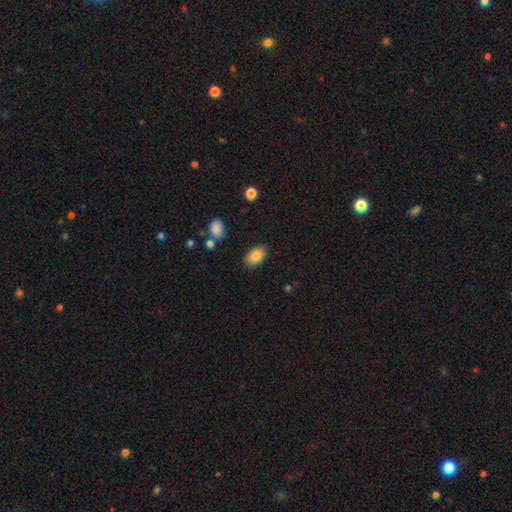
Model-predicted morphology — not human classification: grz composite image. It shows a smooth galaxy with no disk features (86%) that is in between round and cigar-shaped (91%). Merging: none (85%).